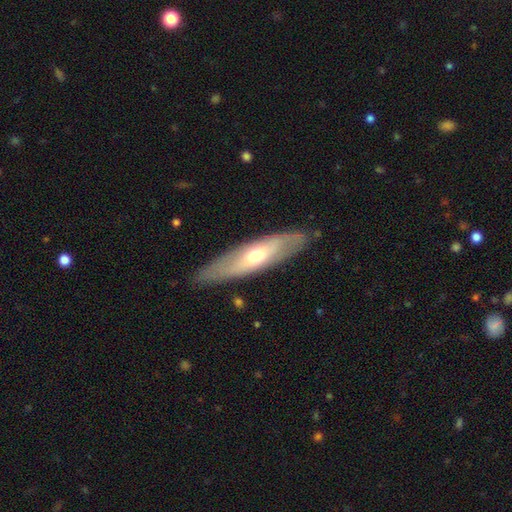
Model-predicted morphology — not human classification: Smooth or featured: featured or disk — 51% (smooth — 44%)
Edge-on disk: no — 54% (yes — 46%)
Merging: none — 84% (minor disturbance — 11%)